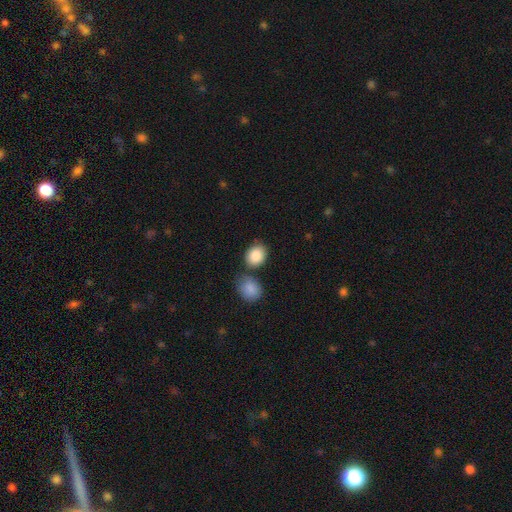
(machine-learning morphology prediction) smooth_or_featured: smooth (p=0.87) [alt: star or artifact p=0.07]
how_rounded: round (p=0.50) [alt: in between p=0.49]
merging: none (p=0.67) [alt: merger p=0.17]